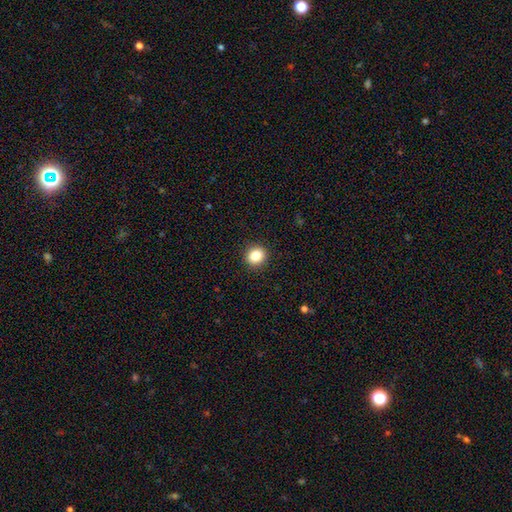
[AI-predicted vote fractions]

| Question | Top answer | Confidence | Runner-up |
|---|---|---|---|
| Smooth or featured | smooth | 84% | star or artifact (11%) |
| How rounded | round | 83% | in between (16%) |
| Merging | none | 92% | minor disturbance (5%) |